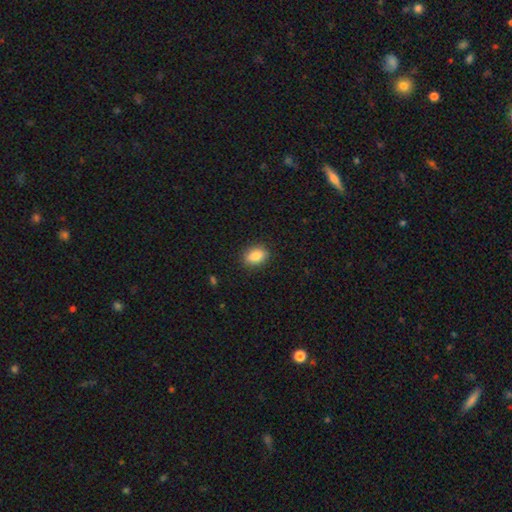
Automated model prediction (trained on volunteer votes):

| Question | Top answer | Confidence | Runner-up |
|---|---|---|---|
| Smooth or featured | smooth | 86% | star or artifact (8%) |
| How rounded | in between | 79% | round (18%) |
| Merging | none | 89% | minor disturbance (8%) |